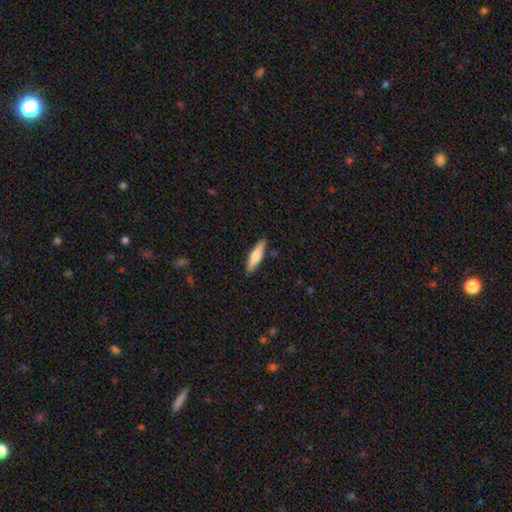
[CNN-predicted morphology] type=smooth (62%); roundness=cigar-shaped (72%); merging=none (88%).